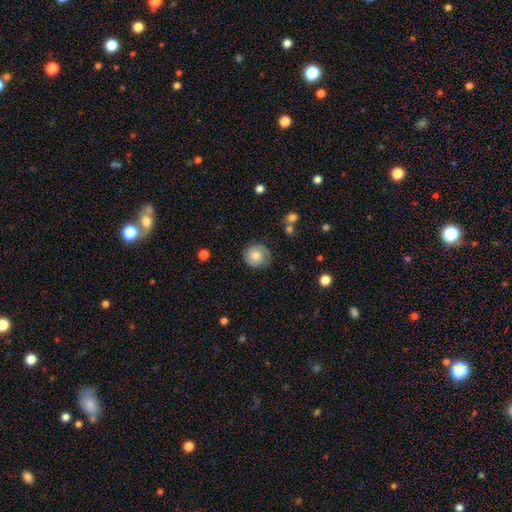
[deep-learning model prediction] The model was most divided on "smooth or featured": smooth: 60%, featured or disk: 32%, star or artifact: 8%. More confident: how rounded — round (88%); merging — none (80%).